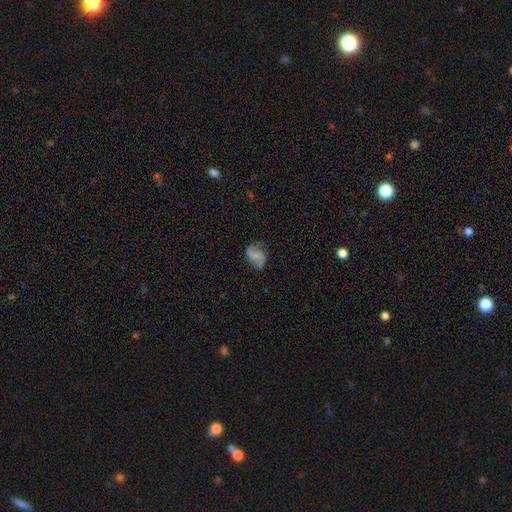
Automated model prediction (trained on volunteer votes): A featured or disk galaxy (65%) with no bar (51%), 2 (90%) loose (60%) spiral arms (92%) and no central bulge (61%).

Vote fractions:
- Smooth or featured? featured or disk: 65% / smooth: 26% / star or artifact: 9%
- Edge-on disk? no: 98% / yes: 2%
- Bar? no: 51% / weak: 36% / strong: 13%
- Spiral arms? yes: 92% / no: 8%
- Spiral winding? loose: 60% / medium: 31% / tight: 9%
- Spiral arm count? 2: 90% / can't tell: 4% / 1: 4% / 3: 1% / 4: 1% / more than 4: 1%
- Bulge size? none: 61% / small: 25% / moderate: 10% / large: 3% / dominant: 1%
- Merging? none: 68% / minor disturbance: 21% / major disturbance: 10% / merger: 2%